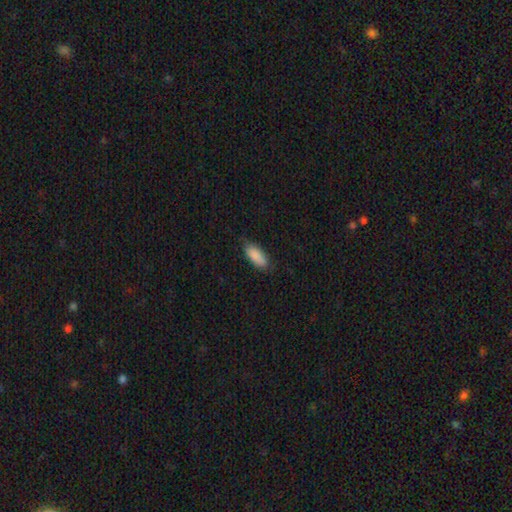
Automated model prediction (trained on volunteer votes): smooth_or_featured: smooth (p=0.88) [alt: star or artifact p=0.06]
how_rounded: in between (p=0.82) [alt: cigar-shaped p=0.17]
merging: none (p=0.73) [alt: minor disturbance p=0.23]